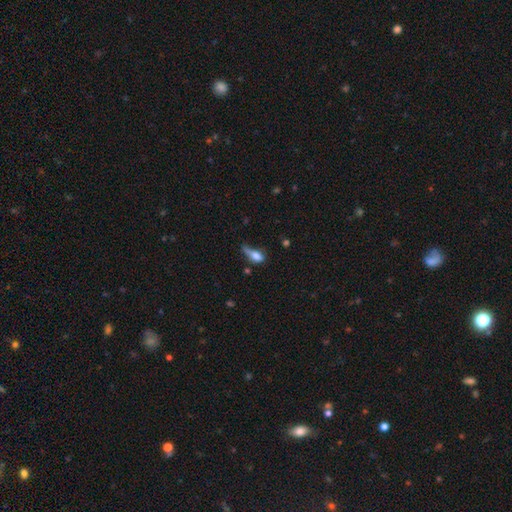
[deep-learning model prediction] The model was most divided on "merging": major disturbance: 35%, minor disturbance: 30%, none: 24%, merger: 11%. More confident: how rounded — in between (70%); smooth or featured — smooth (68%).